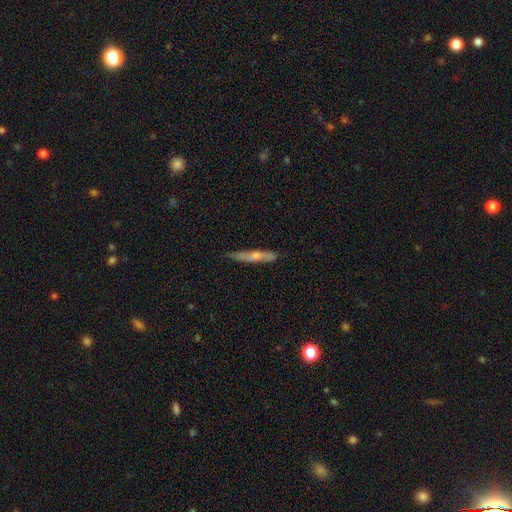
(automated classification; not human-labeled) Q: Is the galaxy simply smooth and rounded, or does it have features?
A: featured or disk — 50%.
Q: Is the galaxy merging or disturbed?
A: none — 79%.